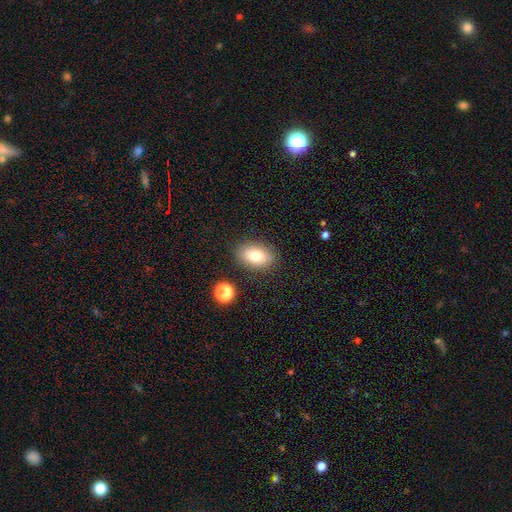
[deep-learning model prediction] Smooth or featured? smooth (80%)
How rounded? in between (85%)
Merging? none (84%)